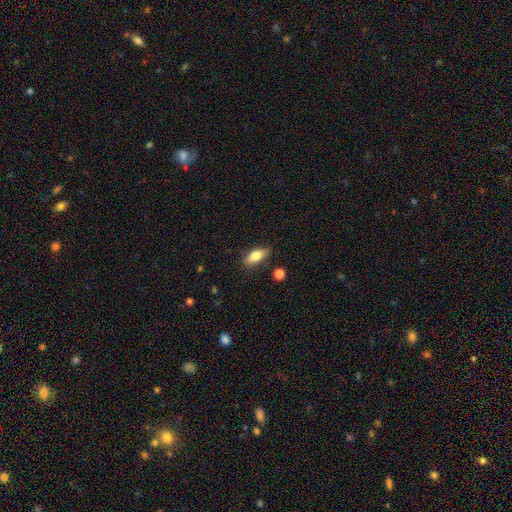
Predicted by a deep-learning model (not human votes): Smooth or featured?
  - smooth: 75% *
  - featured or disk: 18%
  - star or artifact: 7%
How rounded?
  - in between: 79% *
  - cigar-shaped: 18%
  - round: 4%
Merging?
  - none: 83% *
  - minor disturbance: 12%
  - major disturbance: 2%
  - merger: 2%